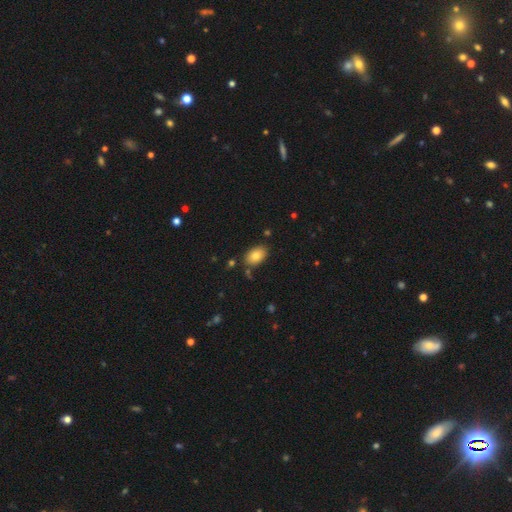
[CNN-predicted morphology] This appears to be a smooth galaxy with no disk features (82%) that is in between round and cigar-shaped (90%). Merging: none (81%).